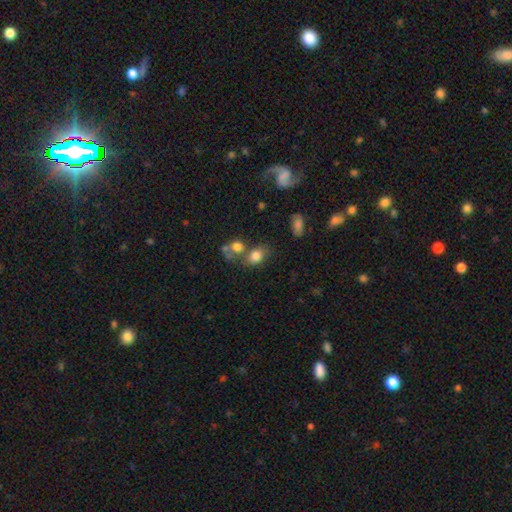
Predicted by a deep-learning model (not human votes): Q: Smooth or featured?
A: smooth (79%); runner-up: star or artifact (11%)
Q: How rounded?
A: in between (55%); runner-up: round (44%)
Q: Merging?
A: none (50%); runner-up: merger (29%)